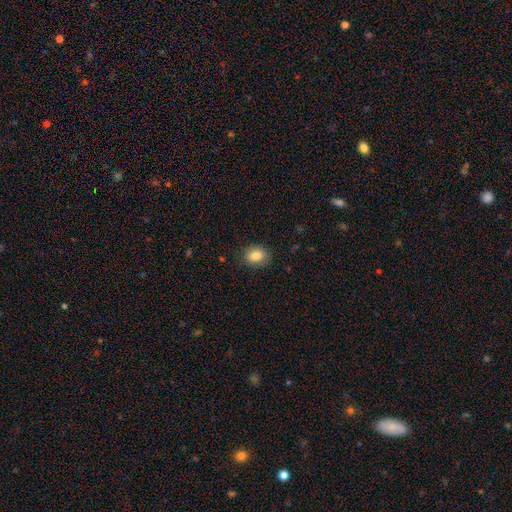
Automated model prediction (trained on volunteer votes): smooth-or-featured: smooth: 82% | featured or disk: 9% | star or artifact: 8%
  how-rounded: in between: 64% | round: 35% | cigar-shaped: 1%
  merging: none: 81% | minor disturbance: 15% | major disturbance: 4% | merger: 1%